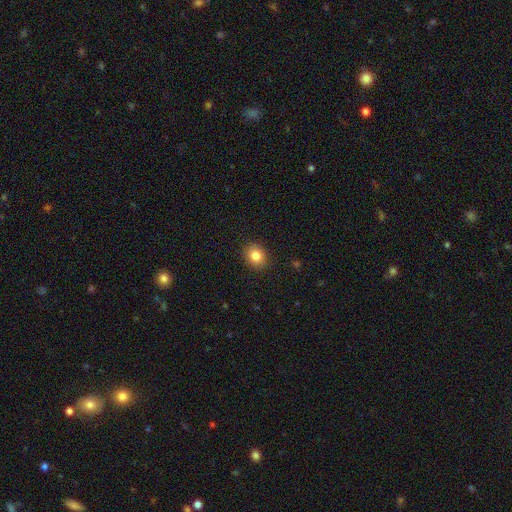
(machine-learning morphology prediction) type=smooth (84%); roundness=round (63%); merging=none (90%).